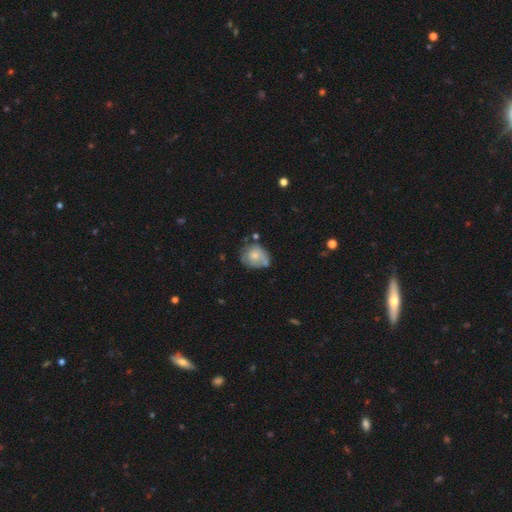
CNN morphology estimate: Smooth or featured? Predicted: smooth (p=0.59). How rounded? Predicted: round (p=0.65). Merging? Predicted: none (p=0.45).